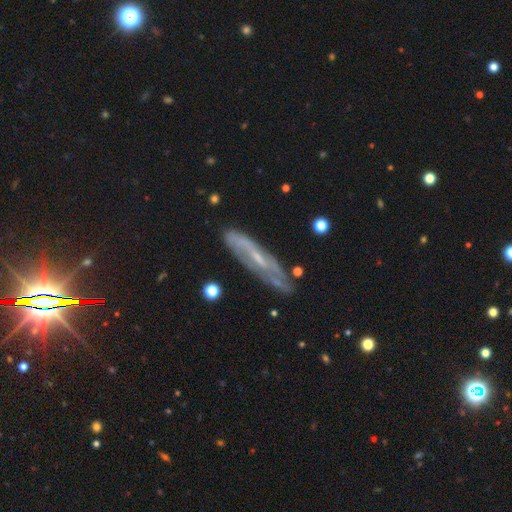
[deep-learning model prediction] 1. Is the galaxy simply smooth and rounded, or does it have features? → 70% featured or disk, 19% smooth, 11% star or artifact.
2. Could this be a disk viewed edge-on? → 59% no, 41% yes.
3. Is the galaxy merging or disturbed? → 74% none, 18% minor disturbance, 6% major disturbance, 3% merger.